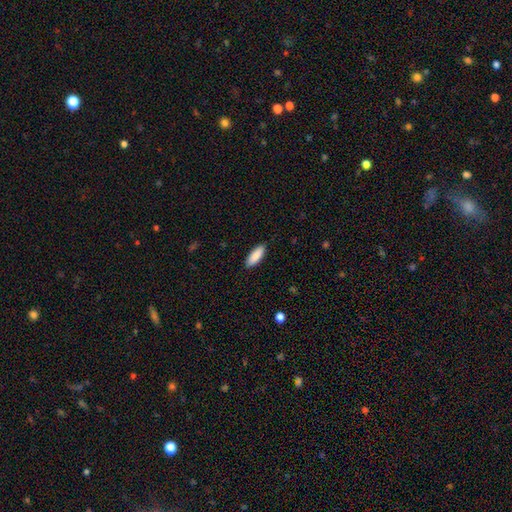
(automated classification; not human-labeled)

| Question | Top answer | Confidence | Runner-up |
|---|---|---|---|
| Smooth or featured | smooth | 89% | star or artifact (6%) |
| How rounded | in between | 65% | cigar-shaped (33%) |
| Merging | none | 89% | minor disturbance (8%) |